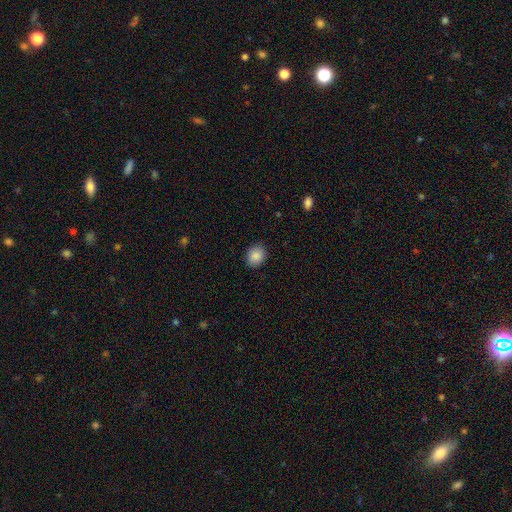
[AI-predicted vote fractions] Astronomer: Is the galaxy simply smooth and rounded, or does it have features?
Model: smooth — 88%.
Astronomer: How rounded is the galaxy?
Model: round — 57% (runner-up: in between, 42%).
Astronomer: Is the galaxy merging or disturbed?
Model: none — 88%.